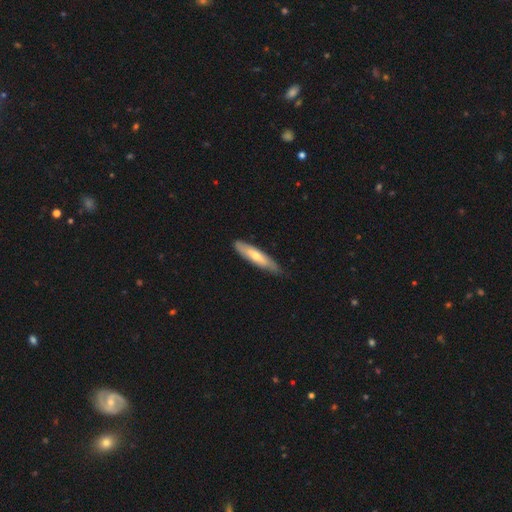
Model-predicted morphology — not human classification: smooth-or-featured: smooth: 58% | featured or disk: 37% | star or artifact: 5%
  how-rounded: cigar-shaped: 78% | in between: 20% | round: 2%
  merging: none: 79% | minor disturbance: 17% | major disturbance: 2% | merger: 1%